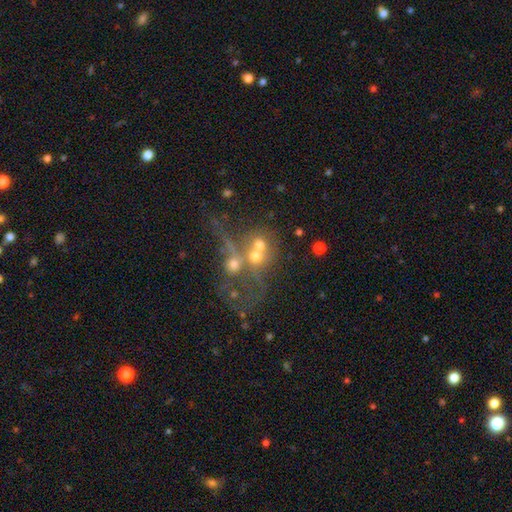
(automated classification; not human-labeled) The model was most divided on "smooth or featured": smooth: 47%, featured or disk: 31%, star or artifact: 22%. More confident: merging — merger (57%).